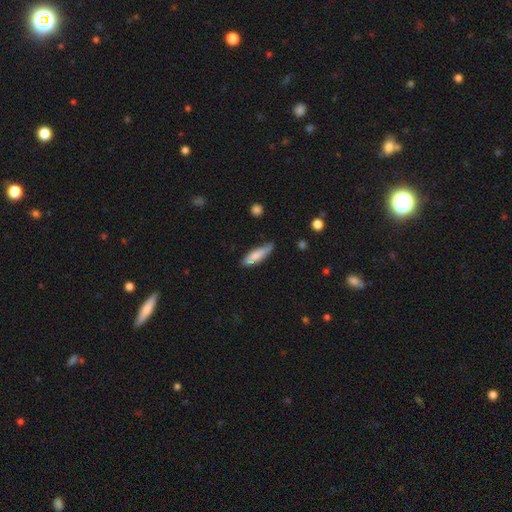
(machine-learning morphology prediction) smooth-or-featured: smooth: 76% | featured or disk: 18% | star or artifact: 6%
  how-rounded: cigar-shaped: 62% | in between: 36% | round: 2%
  merging: none: 60% | minor disturbance: 31% | major disturbance: 6% | merger: 3%